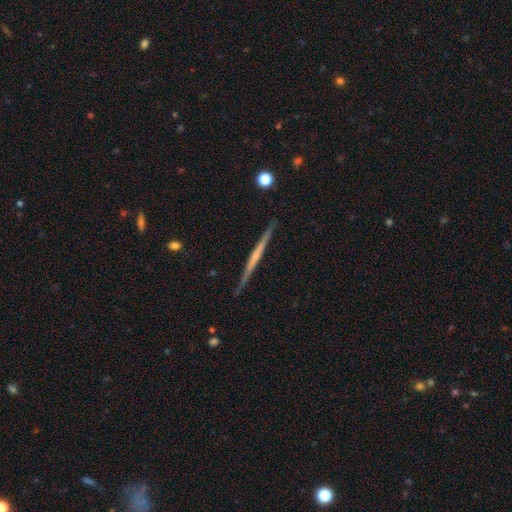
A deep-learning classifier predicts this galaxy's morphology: Smooth or featured?
  - featured or disk: 69% *
  - smooth: 25%
  - star or artifact: 6%
Edge-on disk?
  - yes: 98% *
  - no: 2%
Edge-on bulge?
  - none: 66% *
  - rounded: 27%
  - boxy: 7%
Merging?
  - none: 90% *
  - minor disturbance: 7%
  - major disturbance: 1%
  - merger: 1%